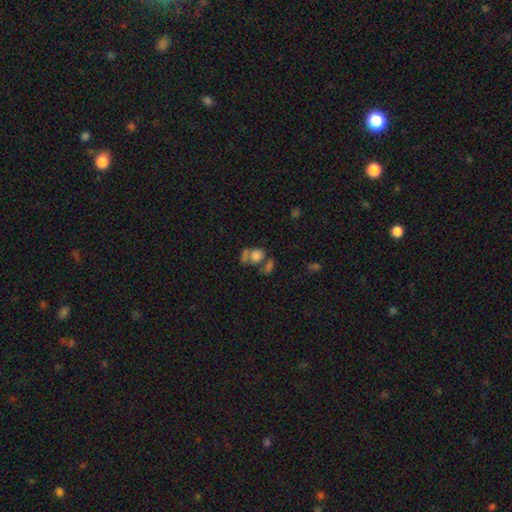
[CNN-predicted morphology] Smooth or featured?
  - smooth: 68% *
  - star or artifact: 16%
  - featured or disk: 15%
How rounded?
  - round: 50% *
  - in between: 48%
  - cigar-shaped: 2%
Merging?
  - merger: 44% *
  - none: 30%
  - major disturbance: 13%
  - minor disturbance: 13%